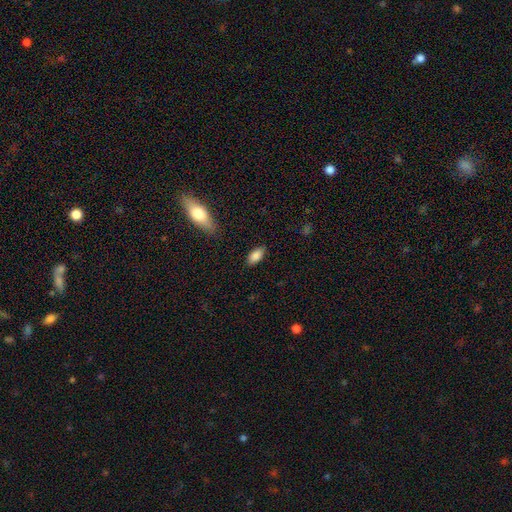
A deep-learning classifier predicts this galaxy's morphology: This is clearly a smooth galaxy (85%). How rounded: clearly in between (90%). Merging: clearly none (86%).